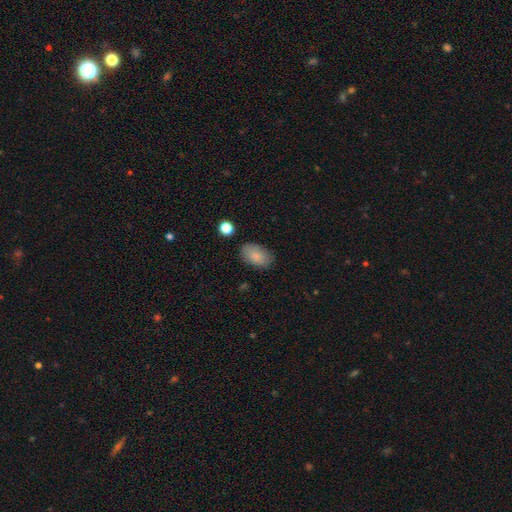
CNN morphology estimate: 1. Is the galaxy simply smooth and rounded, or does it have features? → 86% smooth, 7% featured or disk, 7% star or artifact.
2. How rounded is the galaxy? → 92% in between, 7% round, 1% cigar-shaped.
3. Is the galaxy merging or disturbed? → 82% none, 13% minor disturbance, 3% major disturbance, 2% merger.